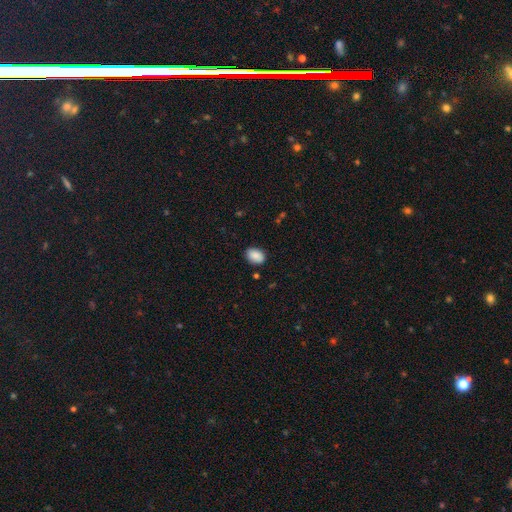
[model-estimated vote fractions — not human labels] Q: Smooth or featured?
A: smooth (89%); runner-up: star or artifact (7%)
Q: How rounded?
A: in between (81%); runner-up: round (18%)
Q: Merging?
A: none (85%); runner-up: minor disturbance (11%)